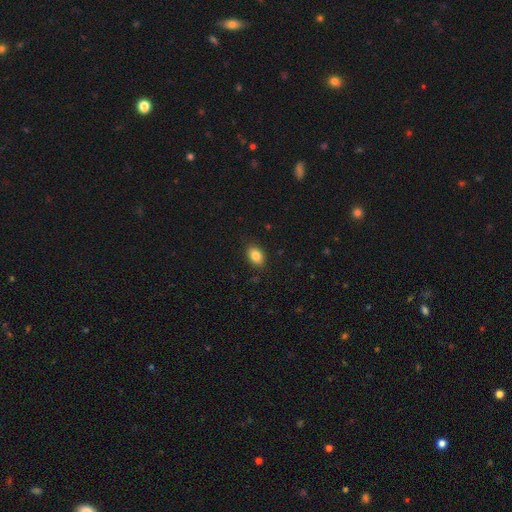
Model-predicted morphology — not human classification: smooth_or_featured: smooth (p=0.84) [alt: star or artifact p=0.09]
how_rounded: in between (p=0.82) [alt: round p=0.16]
merging: none (p=0.87) [alt: minor disturbance p=0.10]